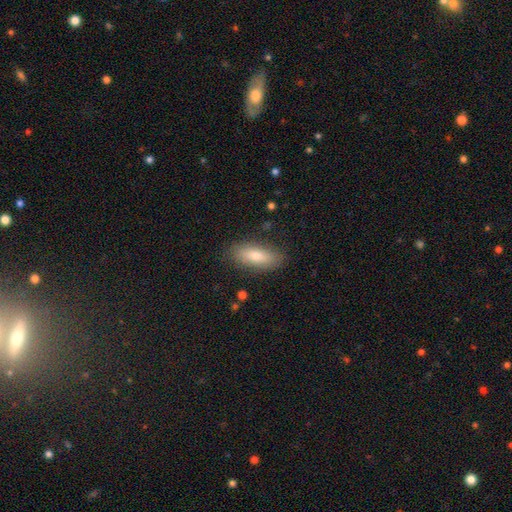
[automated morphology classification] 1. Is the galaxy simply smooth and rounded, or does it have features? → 76% smooth, 17% featured or disk, 7% star or artifact.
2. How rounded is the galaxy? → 70% in between, 28% cigar-shaped, 2% round.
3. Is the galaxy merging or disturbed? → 85% none, 11% minor disturbance, 3% major disturbance, 1% merger.